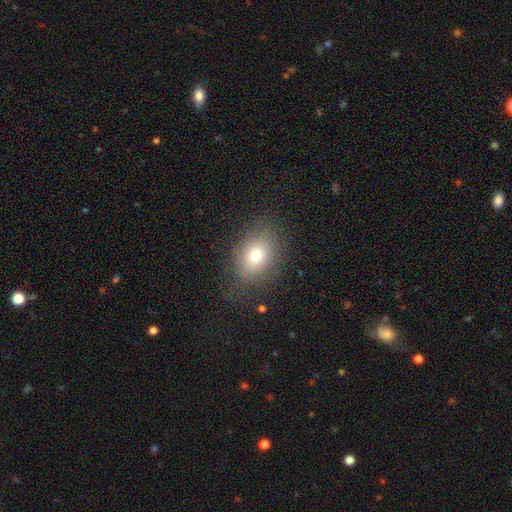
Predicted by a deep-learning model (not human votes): smooth-or-featured: smooth: 72% | featured or disk: 14% | star or artifact: 14%
  how-rounded: in between: 63% | round: 35% | cigar-shaped: 1%
  merging: none: 79% | minor disturbance: 14% | major disturbance: 6% | merger: 1%